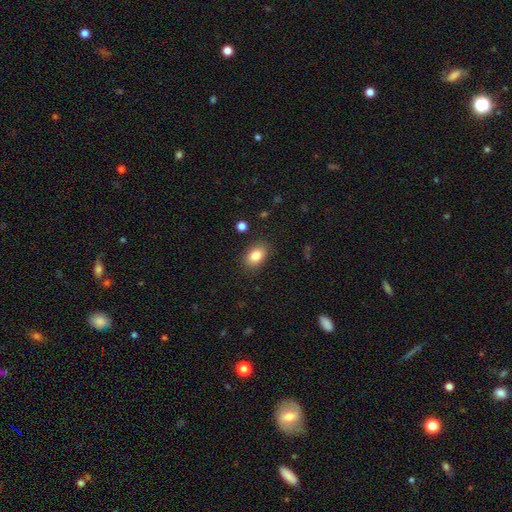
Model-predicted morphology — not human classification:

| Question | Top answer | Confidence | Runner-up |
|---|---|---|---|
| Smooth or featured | smooth | 83% | star or artifact (9%) |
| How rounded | in between | 81% | round (18%) |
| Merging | none | 86% | minor disturbance (10%) |